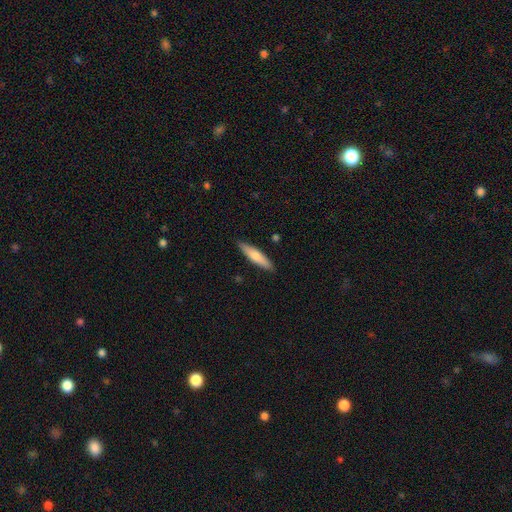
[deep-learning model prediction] A smooth galaxy with no disk features (69%) that is cigar-shaped (80%).

Vote fractions:
- Smooth or featured? smooth: 69% / featured or disk: 26% / star or artifact: 5%
- How rounded? cigar-shaped: 80% / in between: 19% / round: 1%
- Merging? none: 89% / minor disturbance: 8% / major disturbance: 2% / merger: 1%